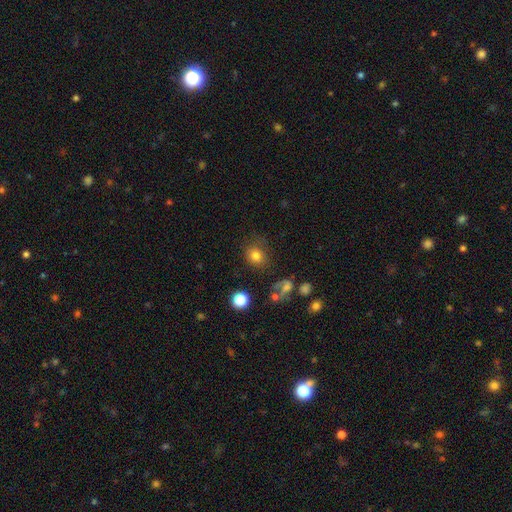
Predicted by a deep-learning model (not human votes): Morphology: type=smooth (78%); roundness=round (72%); merging=none (73%).